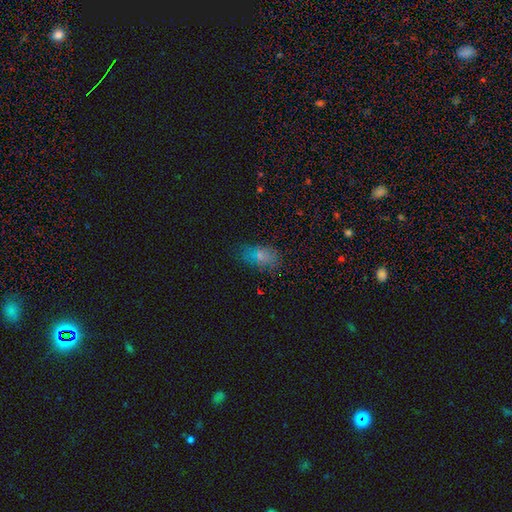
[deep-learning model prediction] Smooth or featured? smooth (67%)
How rounded? in between (86%)
Merging? none (72%)